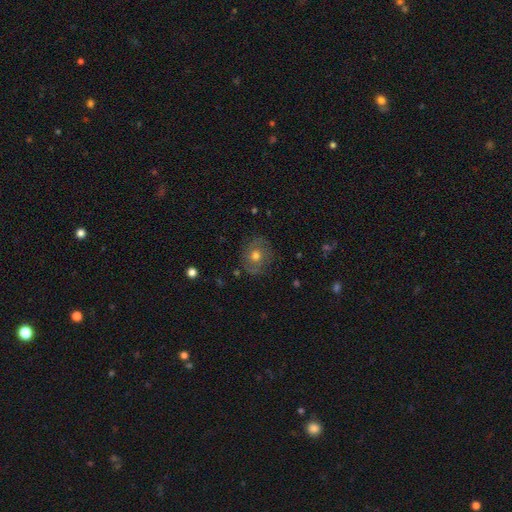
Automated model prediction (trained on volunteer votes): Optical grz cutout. It shows a smooth galaxy with no disk features (51%) that is round (73%). Merging: none (79%).